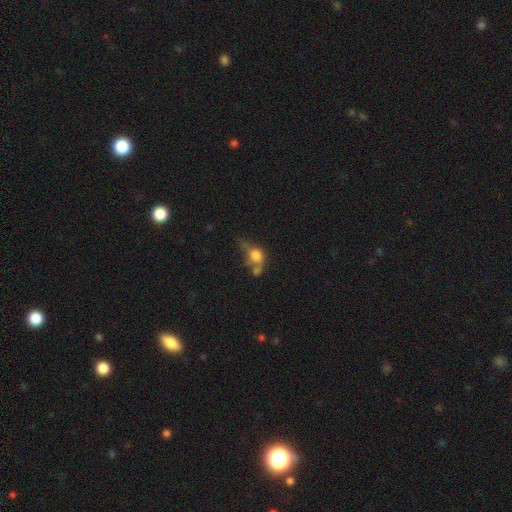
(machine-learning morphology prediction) This appears to be a smooth galaxy with no disk features (65%) that is round (48%, tied with in between). Merging: merger (30%).